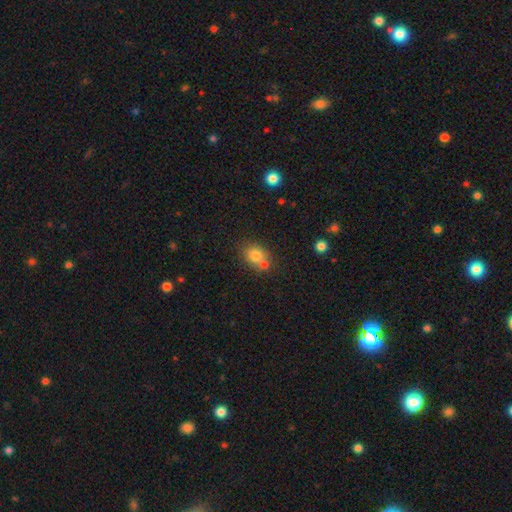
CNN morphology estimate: This is likely a smooth galaxy (78%). How rounded: possibly round (56%). Merging: possibly none (55%).